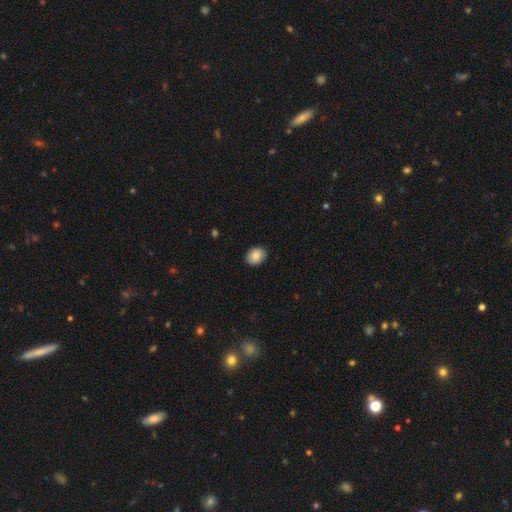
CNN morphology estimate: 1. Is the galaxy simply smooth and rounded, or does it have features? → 87% smooth, 7% star or artifact, 6% featured or disk.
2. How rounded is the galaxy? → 57% in between, 42% round, 1% cigar-shaped.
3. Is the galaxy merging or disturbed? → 89% none, 9% minor disturbance, 2% major disturbance, 1% merger.